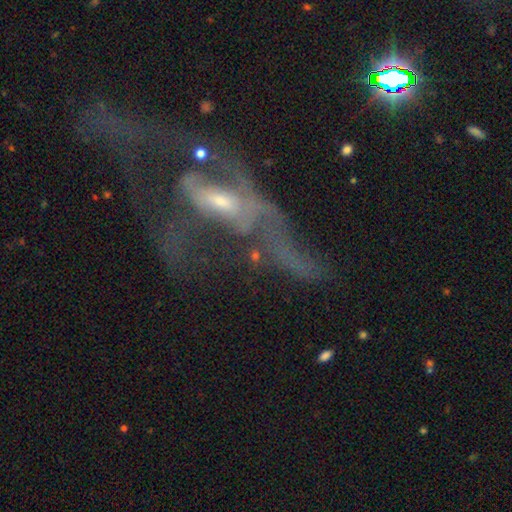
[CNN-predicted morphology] Smooth or featured? Predicted: featured or disk (p=0.58). Edge-on disk? Predicted: no (p=0.82). Merging? Predicted: major disturbance (p=0.35).